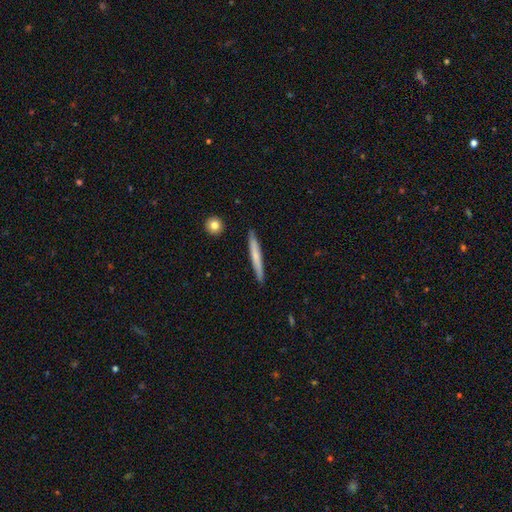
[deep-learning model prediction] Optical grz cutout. It shows a smooth galaxy with no disk features (62%) that is cigar-shaped (96%). Merging: none (90%).